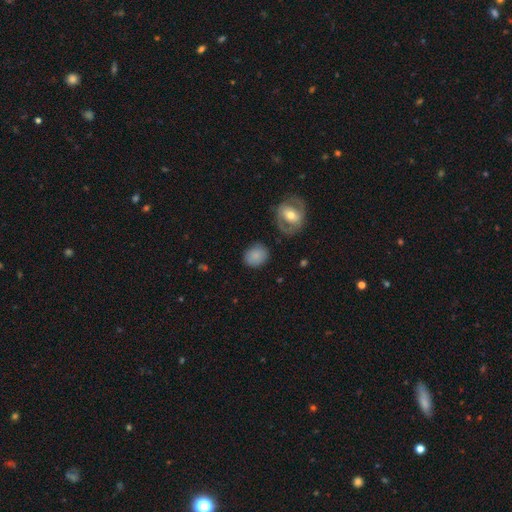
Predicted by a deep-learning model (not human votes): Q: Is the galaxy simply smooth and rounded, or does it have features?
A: smooth — 79%.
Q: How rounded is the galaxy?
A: round — 62%.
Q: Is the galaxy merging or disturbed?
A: none — 79%.